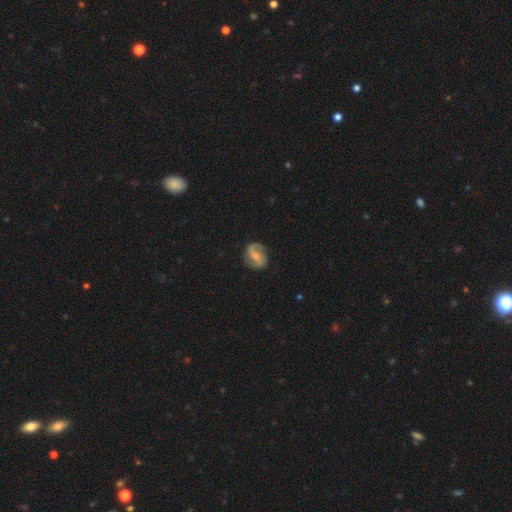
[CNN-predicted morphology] Smooth or featured?
  - featured or disk: 77% *
  - smooth: 17%
  - star or artifact: 6%
Edge-on disk?
  - no: 97% *
  - yes: 3%
Bar?
  - weak: 45% *
  - no: 29%
  - strong: 27%
Spiral arms?
  - yes: 94% *
  - no: 6%
Spiral winding?
  - loose: 44% *
  - medium: 40%
  - tight: 16%
Spiral arm count?
  - 2: 90% *
  - can't tell: 4%
  - 1: 3%
  - 3: 1%
  - 4: 1%
  - more than 4: 1%
Bulge size?
  - small: 53% *
  - moderate: 32%
  - none: 11%
  - large: 2%
  - dominant: 1%
Merging?
  - none: 80% *
  - minor disturbance: 14%
  - major disturbance: 5%
  - merger: 1%